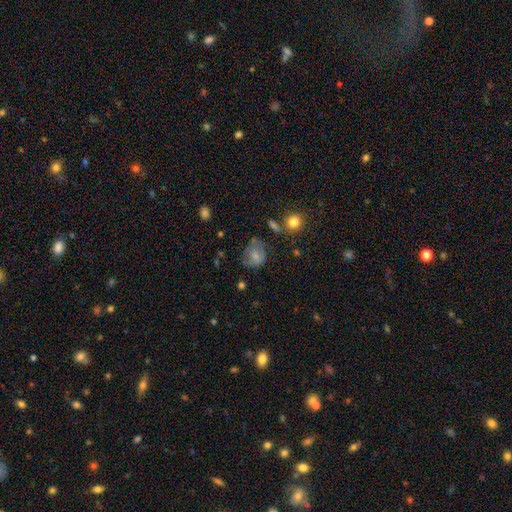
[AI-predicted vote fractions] This is likely a smooth galaxy (68%). How rounded: possibly round (59%). Merging: possibly none (47%).